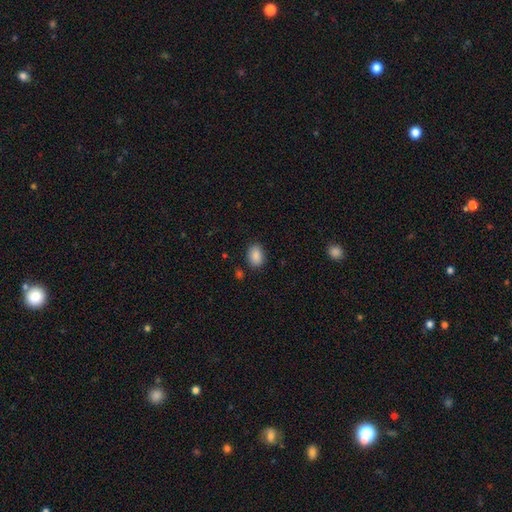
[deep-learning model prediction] Overall: smooth (88%). How rounded: in between (77%). Merging: none (85%).